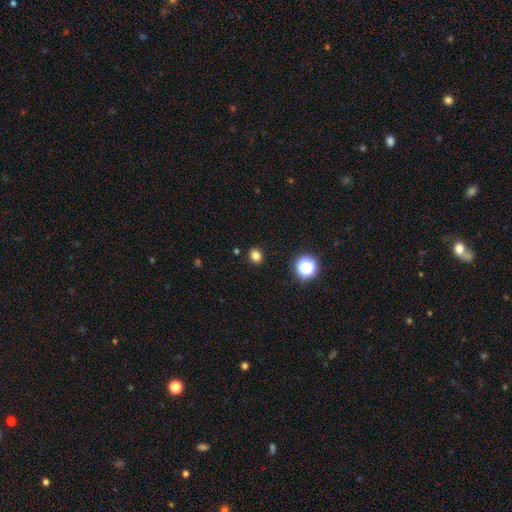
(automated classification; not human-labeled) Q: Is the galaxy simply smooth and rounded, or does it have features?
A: smooth — 80%.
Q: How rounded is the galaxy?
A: round — 64%.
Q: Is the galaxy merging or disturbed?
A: none — 90%.